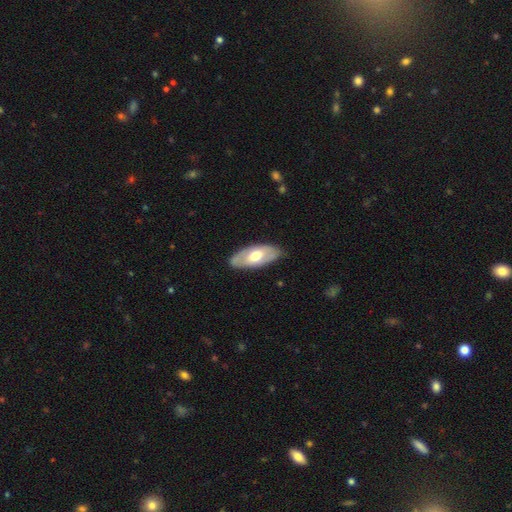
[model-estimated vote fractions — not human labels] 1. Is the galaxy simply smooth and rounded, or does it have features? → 52% smooth, 43% featured or disk, 5% star or artifact.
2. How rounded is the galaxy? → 88% in between, 9% cigar-shaped, 3% round.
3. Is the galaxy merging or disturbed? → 82% none, 14% minor disturbance, 3% major disturbance, 1% merger.